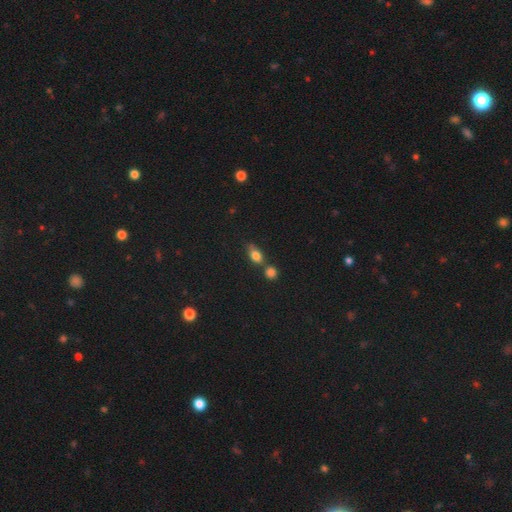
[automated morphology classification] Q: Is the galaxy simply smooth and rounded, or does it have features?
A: smooth — 77%.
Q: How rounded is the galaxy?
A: in between — 73%.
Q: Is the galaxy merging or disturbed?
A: none — 49%.